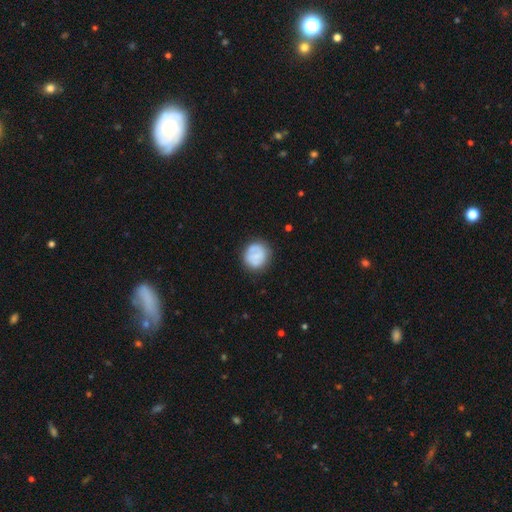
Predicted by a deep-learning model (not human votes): Q: Smooth or featured?
A: smooth (60%); runner-up: featured or disk (33%)
Q: How rounded?
A: round (84%); runner-up: in between (16%)
Q: Merging?
A: none (74%); runner-up: minor disturbance (17%)